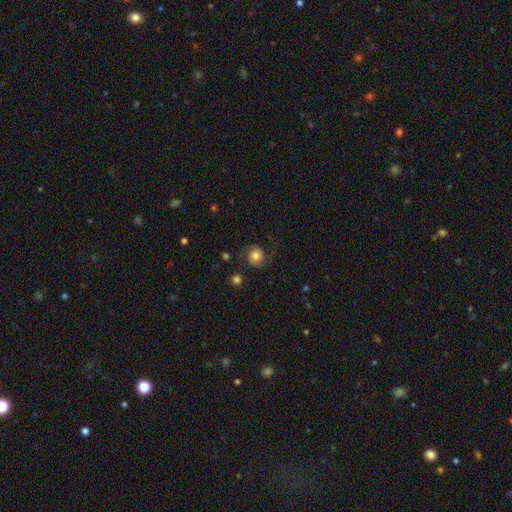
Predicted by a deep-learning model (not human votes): A smooth galaxy with no disk features (49%). Merging: none (74%).